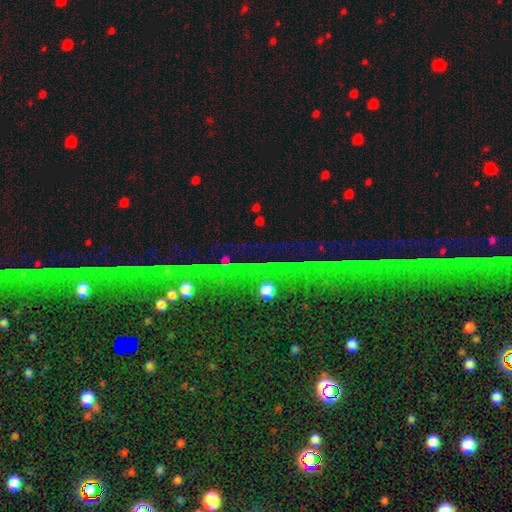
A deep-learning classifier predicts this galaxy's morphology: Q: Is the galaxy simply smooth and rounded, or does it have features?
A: star or artifact — 81%.